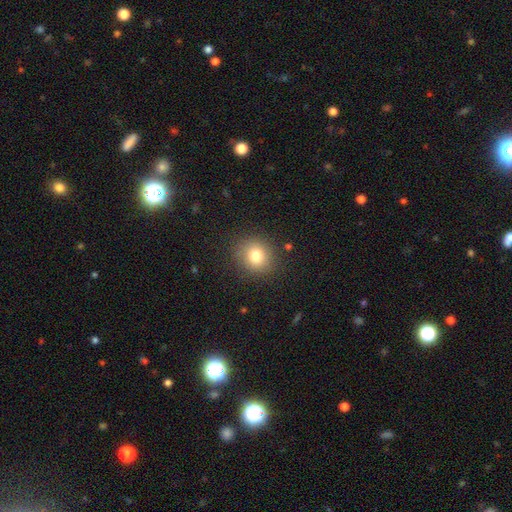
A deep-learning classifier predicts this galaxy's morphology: Smooth or featured: smooth — 79% (star or artifact — 12%)
How rounded: round — 84% (in between — 15%)
Merging: none — 88% (minor disturbance — 8%)